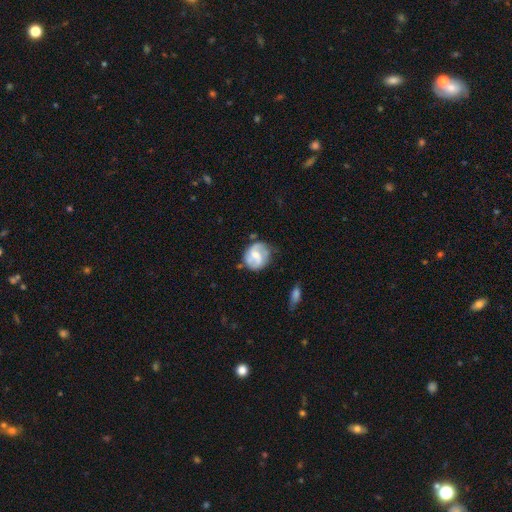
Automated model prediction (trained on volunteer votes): Smooth or featured? featured or disk (60%)
Edge-on disk? no (97%)
Bar? weak (49%)
Spiral arms? yes (79%)
Bulge size? moderate (52%)
Merging? none (60%)